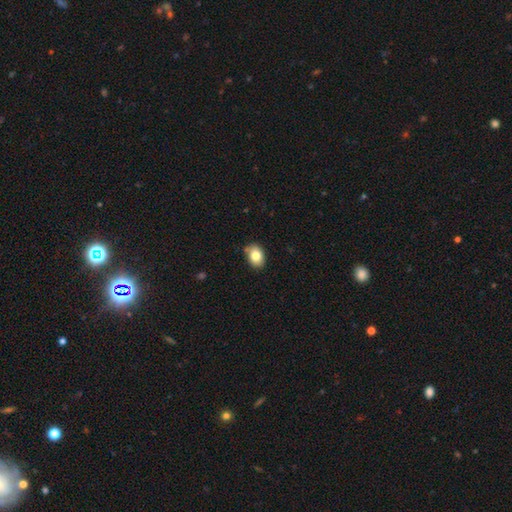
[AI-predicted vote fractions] smooth 82%, featured or disk 10%, star or artifact 8%. Down the decision tree: how rounded — in between (74%); merging — none (78%).